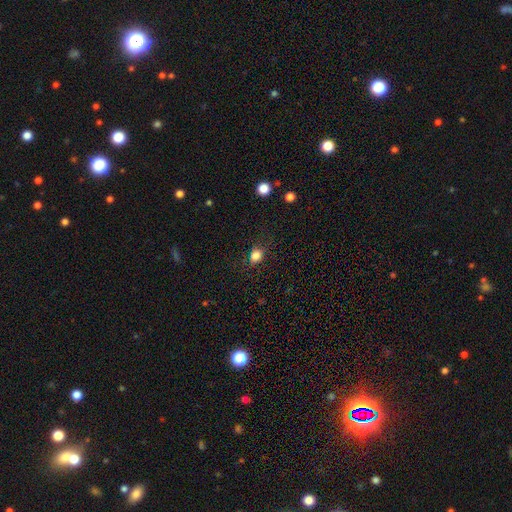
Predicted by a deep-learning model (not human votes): Smooth or featured: smooth — 83% (star or artifact — 12%)
How rounded: round — 54% (in between — 45%)
Merging: none — 80% (minor disturbance — 14%)